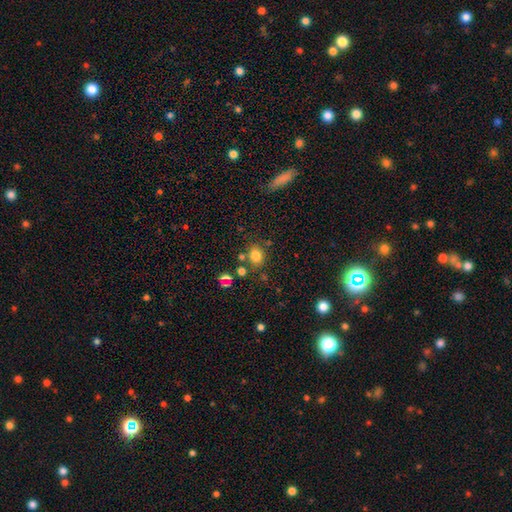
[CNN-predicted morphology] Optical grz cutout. It shows a smooth galaxy with no disk features (79%) that is round (65%). Merging: none (75%).